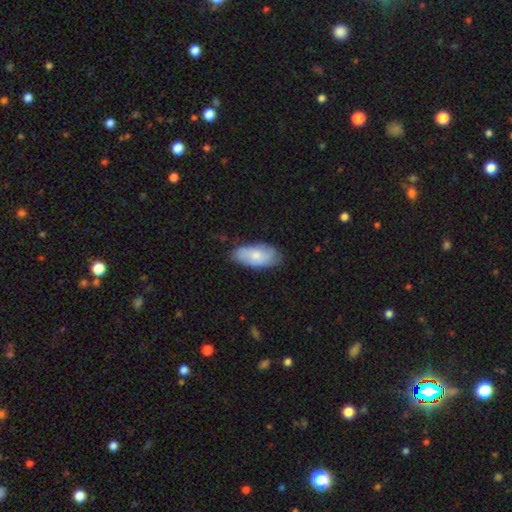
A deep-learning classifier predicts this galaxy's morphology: Q: Smooth or featured?
A: smooth (74%); runner-up: featured or disk (21%)
Q: How rounded?
A: in between (92%); runner-up: cigar-shaped (5%)
Q: Merging?
A: none (72%); runner-up: minor disturbance (22%)